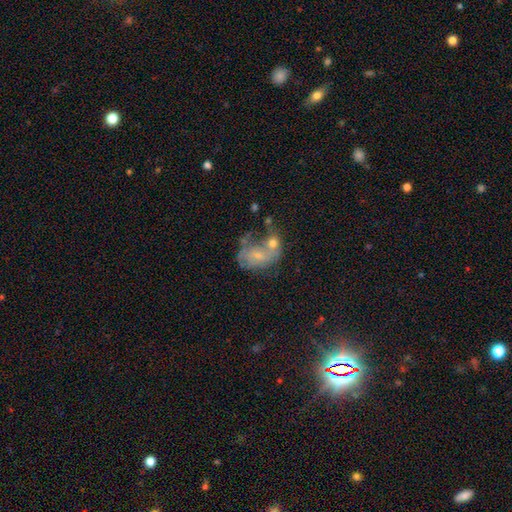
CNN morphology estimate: Smooth or featured? featured or disk (53%)
Edge-on disk? no (97%)
Bar? no (57%)
Spiral arms? yes (59%)
Bulge size? small (49%)
Merging? merger (42%)